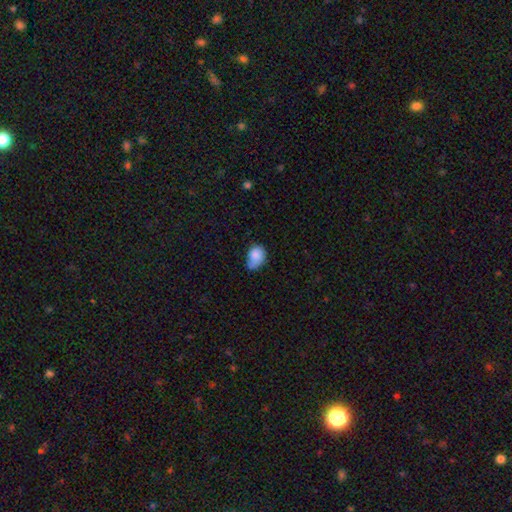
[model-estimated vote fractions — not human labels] Q: Smooth or featured?
A: smooth (81%); runner-up: featured or disk (12%)
Q: How rounded?
A: in between (66%); runner-up: round (33%)
Q: Merging?
A: minor disturbance (41%); runner-up: none (36%)